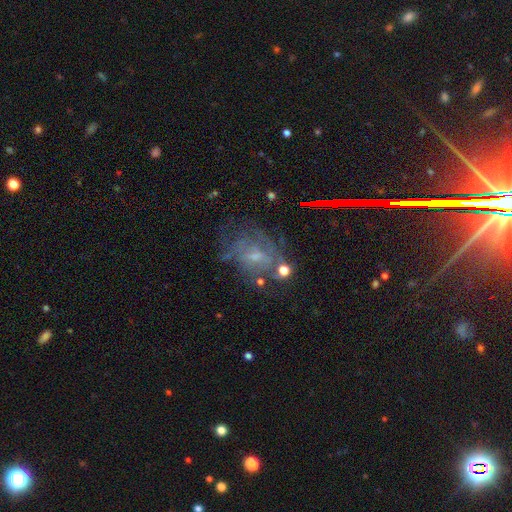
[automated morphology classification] Q: Smooth or featured?
A: featured or disk (61%); runner-up: star or artifact (20%)
Q: Edge-on disk?
A: no (94%); runner-up: yes (6%)
Q: Bar?
A: no (61%); runner-up: weak (32%)
Q: Spiral arms?
A: yes (69%); runner-up: no (31%)
Q: Bulge size?
A: small (60%); runner-up: moderate (27%)
Q: Merging?
A: none (59%); runner-up: minor disturbance (20%)